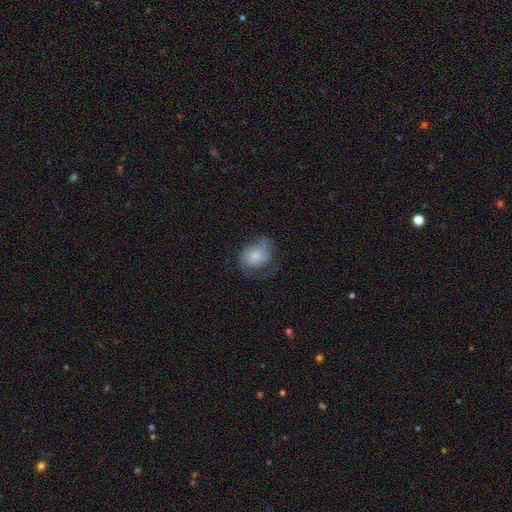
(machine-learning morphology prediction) smooth-or-featured: smooth: 51% | featured or disk: 41% | star or artifact: 8%
  how-rounded: round: 50% | in between: 49% | cigar-shaped: 1%
  merging: none: 51% | minor disturbance: 27% | major disturbance: 21% | merger: 2%